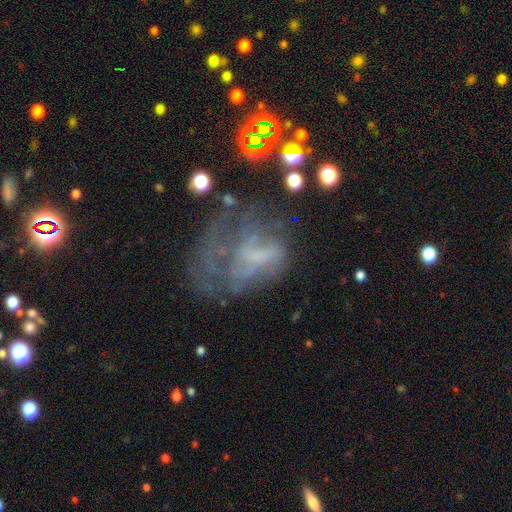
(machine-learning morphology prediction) This appears to be a featured or disk galaxy (57%) with no bar (70%), no spiral arms (64%) and no central bulge (64%). Merging: major disturbance (44%).